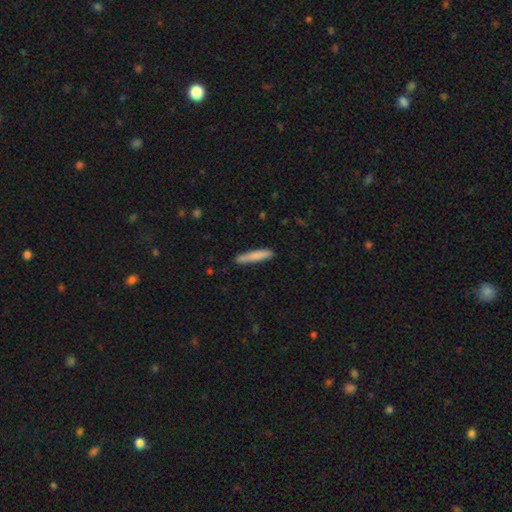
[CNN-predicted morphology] smooth 81%, featured or disk 13%, star or artifact 6%. Down the decision tree: how rounded — cigar-shaped (92%); merging — none (84%).